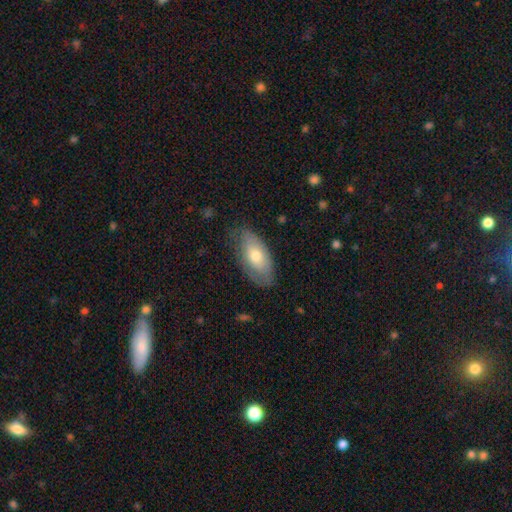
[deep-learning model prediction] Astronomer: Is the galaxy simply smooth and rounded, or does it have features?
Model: smooth — 63%.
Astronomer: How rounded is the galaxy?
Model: in between — 91%.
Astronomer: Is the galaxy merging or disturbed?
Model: none — 70%.